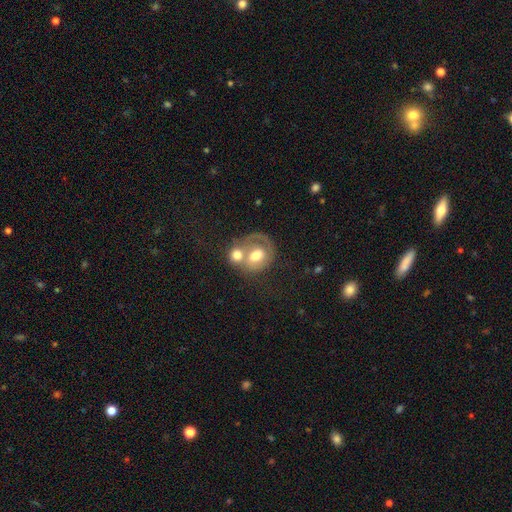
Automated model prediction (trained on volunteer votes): Smooth or featured?
  - featured or disk: 49% *
  - smooth: 44%
  - star or artifact: 7%
Merging?
  - merger: 63% *
  - none: 19%
  - major disturbance: 10%
  - minor disturbance: 9%